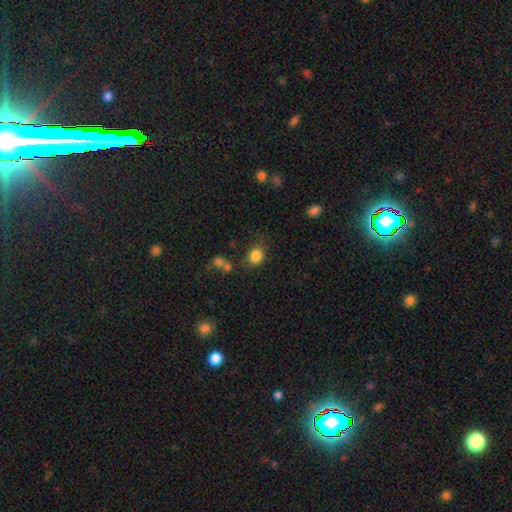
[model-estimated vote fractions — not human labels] Smooth or featured: smooth — 84% (star or artifact — 11%)
How rounded: round — 50% (in between — 49%)
Merging: none — 69% (minor disturbance — 17%)